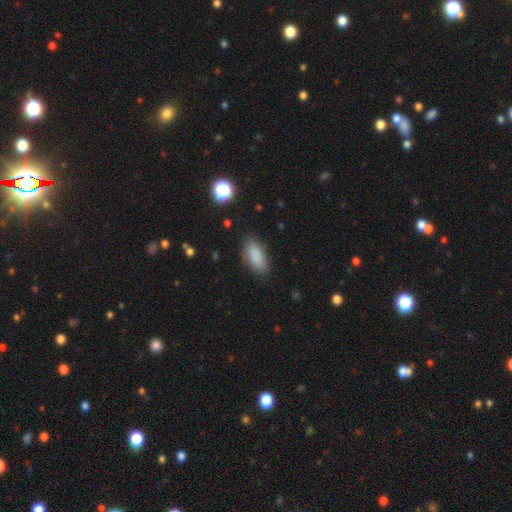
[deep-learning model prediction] This is clearly a smooth galaxy (87%). How rounded: clearly in between (86%). Merging: clearly none (83%).